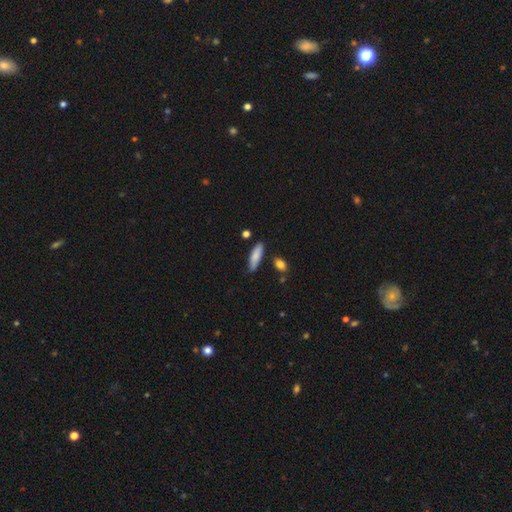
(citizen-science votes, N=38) Smooth or featured? smooth (76%)
How rounded? cigar-shaped (79%)
Merging? none (78%)